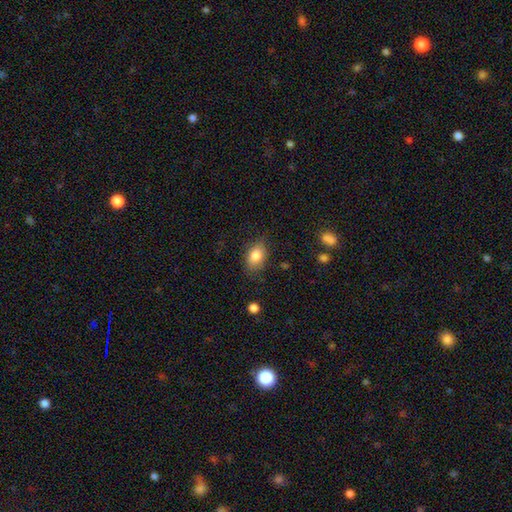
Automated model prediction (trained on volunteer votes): A smooth galaxy with no disk features (82%) that is in between round and cigar-shaped (78%). Merging: none (76%).